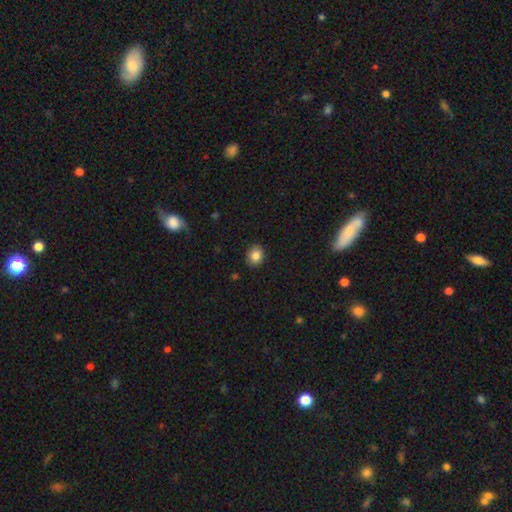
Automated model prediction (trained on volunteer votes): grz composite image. It shows a smooth galaxy with no disk features (85%) that is round (67%). Merging: none (89%).